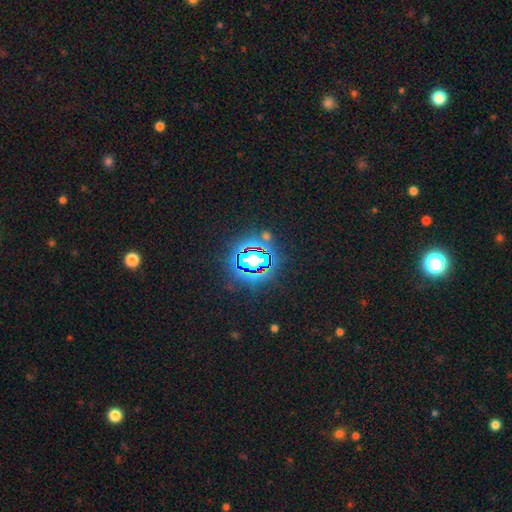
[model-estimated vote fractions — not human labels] Smooth or featured? Predicted: star or artifact (p=0.82).